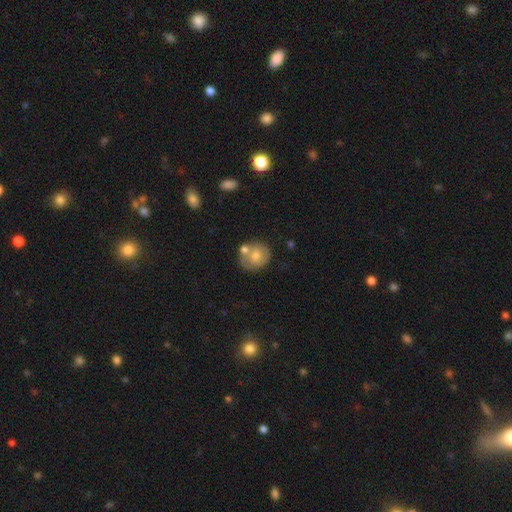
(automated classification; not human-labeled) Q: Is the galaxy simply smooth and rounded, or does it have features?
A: smooth — 62%.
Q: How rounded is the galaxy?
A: round — 68%.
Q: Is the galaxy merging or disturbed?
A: none — 49%.